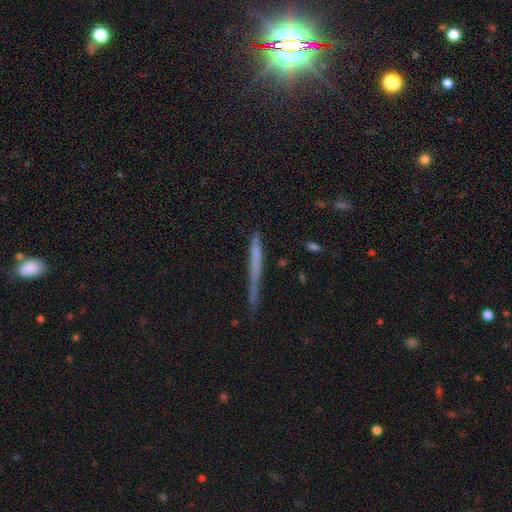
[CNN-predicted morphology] Smooth or featured?
  - smooth: 51% *
  - featured or disk: 37%
  - star or artifact: 11%
How rounded?
  - cigar-shaped: 95% *
  - in between: 3%
  - round: 2%
Merging?
  - none: 74% *
  - minor disturbance: 18%
  - major disturbance: 5%
  - merger: 3%